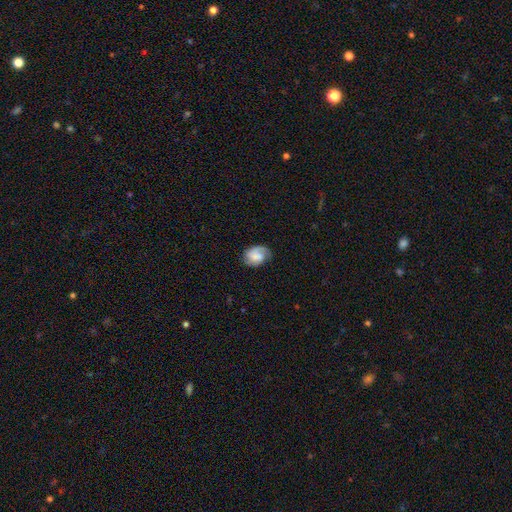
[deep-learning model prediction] Overall: featured or disk (54%; smooth 38%). Edge-on disk: no (97%). Bar: no (50%; weak 40%). Spiral arms: yes (90%). Bulge size: none (32%; moderate 25%). Merging: none (66%).